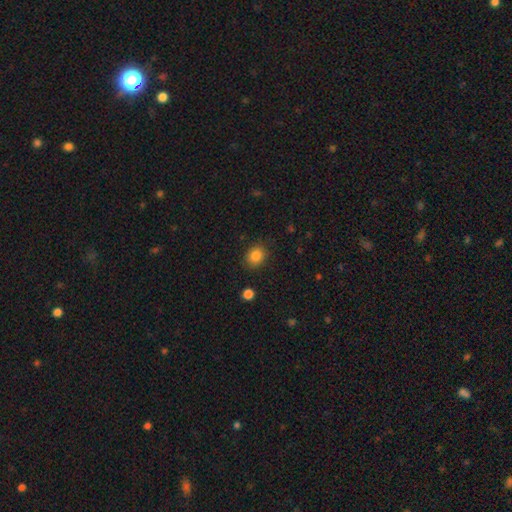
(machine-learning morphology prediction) Smooth or featured? smooth (85%)
How rounded? round (63%)
Merging? none (86%)